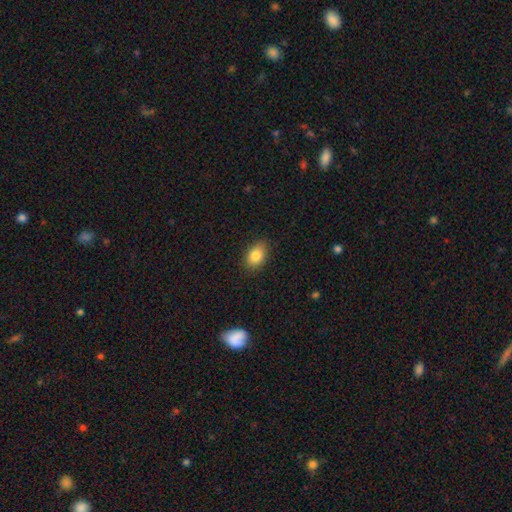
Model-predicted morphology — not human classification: This appears to be a smooth galaxy with no disk features (83%) that is in between round and cigar-shaped (81%). Merging: none (85%).